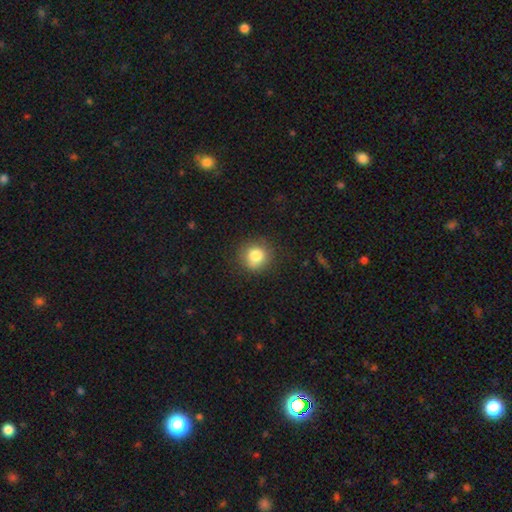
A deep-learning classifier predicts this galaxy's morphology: Q: Smooth or featured?
A: smooth (82%); runner-up: star or artifact (10%)
Q: How rounded?
A: round (90%); runner-up: in between (9%)
Q: Merging?
A: none (83%); runner-up: minor disturbance (12%)